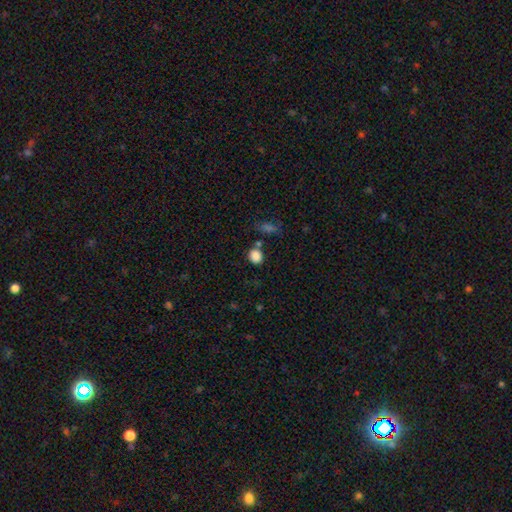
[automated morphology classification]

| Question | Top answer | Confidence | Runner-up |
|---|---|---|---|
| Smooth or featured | smooth | 86% | star or artifact (11%) |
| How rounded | round | 68% | in between (31%) |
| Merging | none | 70% | minor disturbance (14%) |